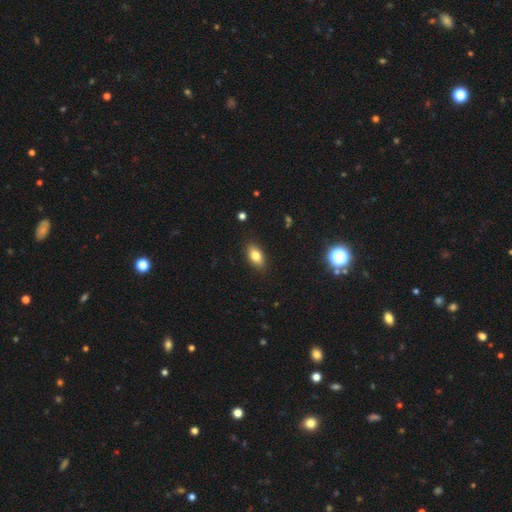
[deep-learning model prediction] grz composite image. It shows a smooth galaxy with no disk features (77%) that is in between round and cigar-shaped (86%). Merging: none (87%).